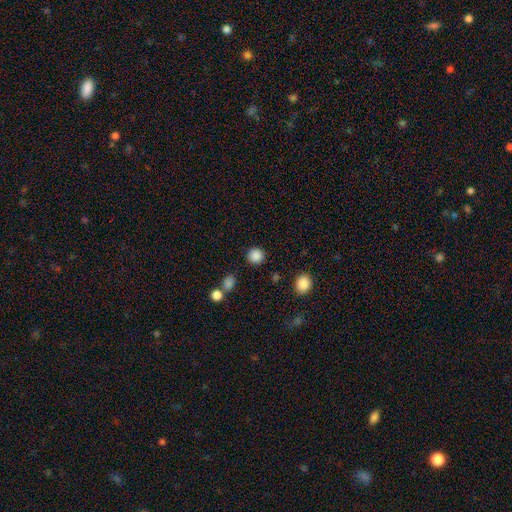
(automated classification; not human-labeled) Morphology: type=smooth (86%); roundness=round (93%); merging=none (88%).